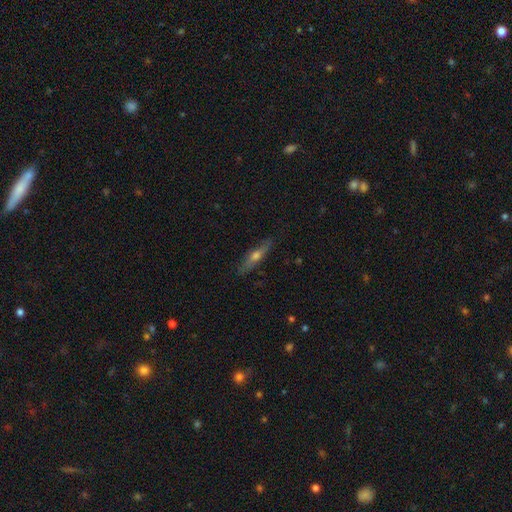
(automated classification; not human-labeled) A featured or disk galaxy (54%) viewed edge-on (86%). Merging: none (84%).